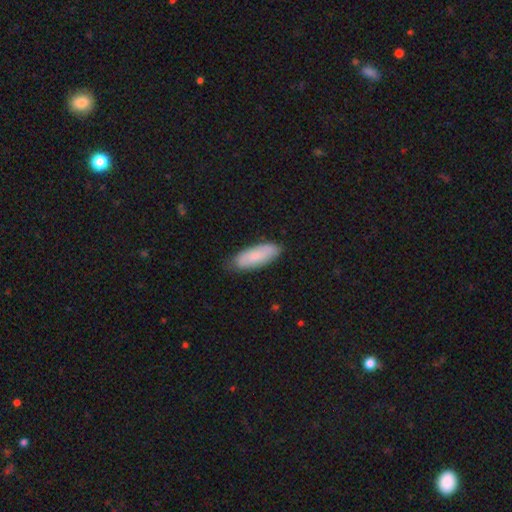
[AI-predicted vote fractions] smooth_or_featured: smooth (p=0.74) [alt: featured or disk p=0.21]
how_rounded: in between (p=0.72) [alt: cigar-shaped p=0.26]
merging: none (p=0.78) [alt: minor disturbance p=0.18]